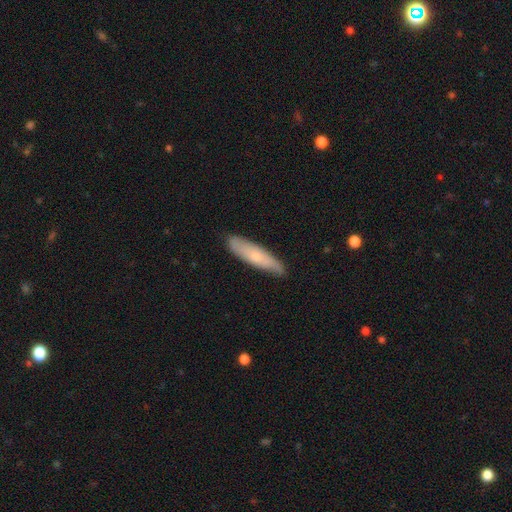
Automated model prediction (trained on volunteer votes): Smooth or featured?
  - smooth: 63% *
  - featured or disk: 32%
  - star or artifact: 6%
How rounded?
  - cigar-shaped: 76% *
  - in between: 22%
  - round: 2%
Merging?
  - none: 82% *
  - minor disturbance: 14%
  - major disturbance: 2%
  - merger: 1%